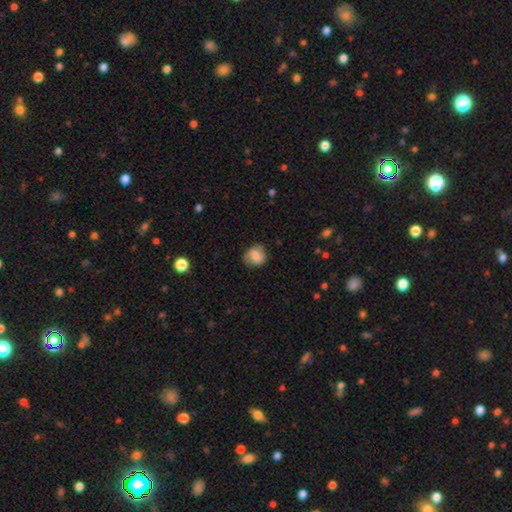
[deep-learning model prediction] Overall: smooth (71%). How rounded: round (73%). Merging: none (72%).